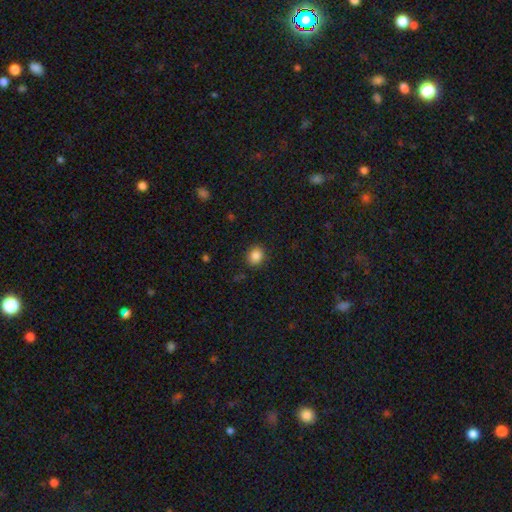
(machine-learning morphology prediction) Smooth or featured? smooth (86%)
How rounded? round (64%)
Merging? none (88%)